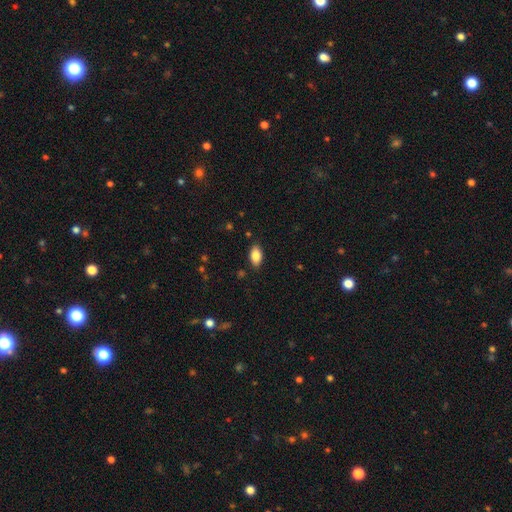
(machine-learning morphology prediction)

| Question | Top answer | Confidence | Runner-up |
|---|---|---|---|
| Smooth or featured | smooth | 85% | star or artifact (8%) |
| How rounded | in between | 93% | round (4%) |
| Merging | none | 87% | minor disturbance (10%) |